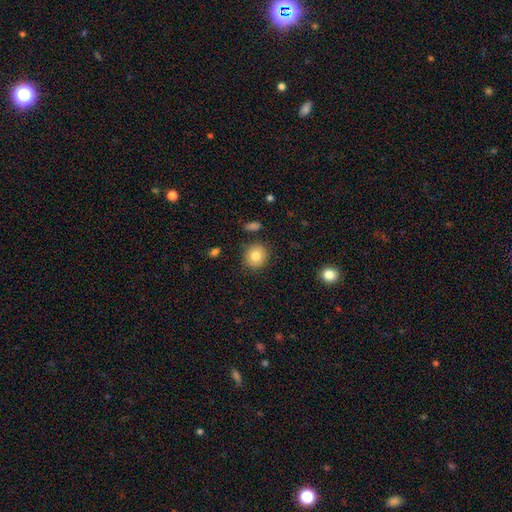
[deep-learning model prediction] A smooth galaxy with no disk features (82%) that is round (85%).

Vote fractions:
- Smooth or featured? smooth: 82% / star or artifact: 9% / featured or disk: 9%
- How rounded? round: 85% / in between: 14% / cigar-shaped: 1%
- Merging? none: 86% / minor disturbance: 9% / major disturbance: 2% / merger: 2%